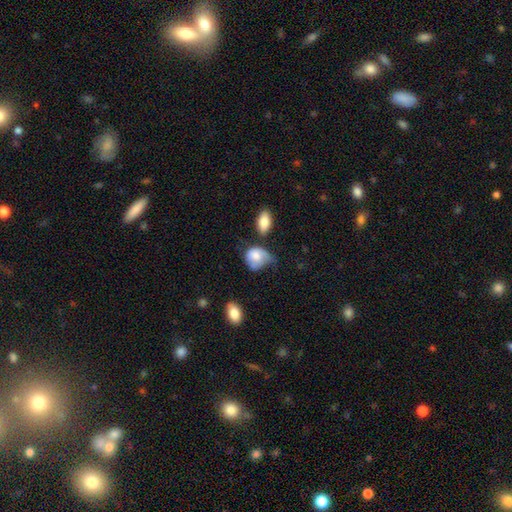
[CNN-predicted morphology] type=smooth (70%); roundness=round (51%); merging=minor disturbance (38%).